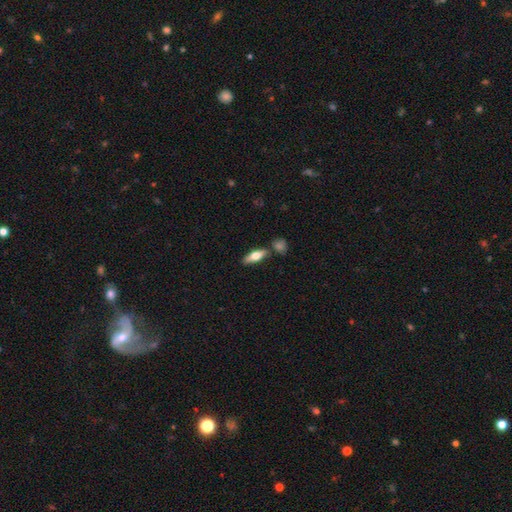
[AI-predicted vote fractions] A smooth galaxy with no disk features (56%) that is in between round and cigar-shaped (55%). Merging: none (77%).